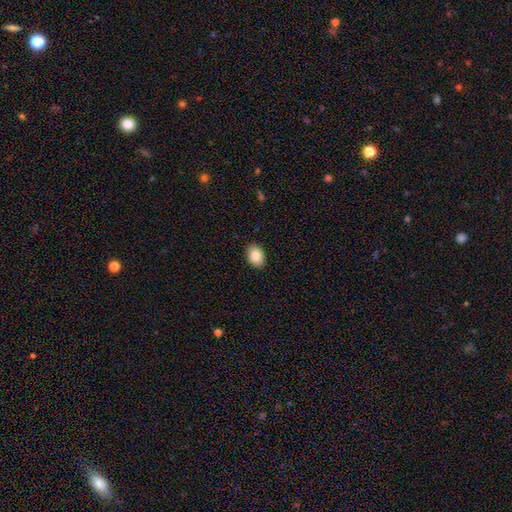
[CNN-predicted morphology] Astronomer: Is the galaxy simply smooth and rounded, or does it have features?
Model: smooth — 84%.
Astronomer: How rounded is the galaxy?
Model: in between — 75%.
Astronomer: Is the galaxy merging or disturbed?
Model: none — 89%.